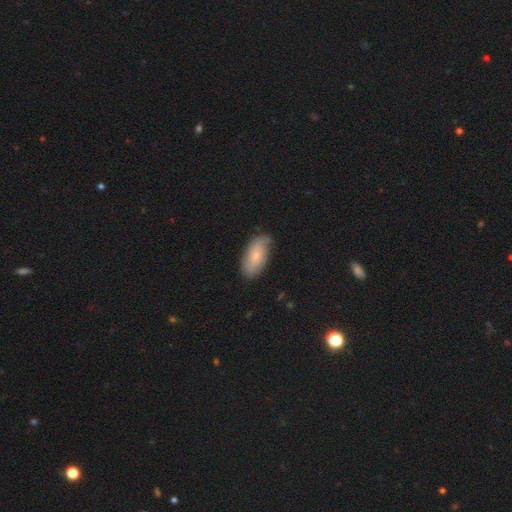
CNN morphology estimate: smooth-or-featured: smooth: 60% | featured or disk: 33% | star or artifact: 6%
  how-rounded: in between: 92% | cigar-shaped: 5% | round: 3%
  merging: none: 73% | minor disturbance: 21% | major disturbance: 4% | merger: 1%